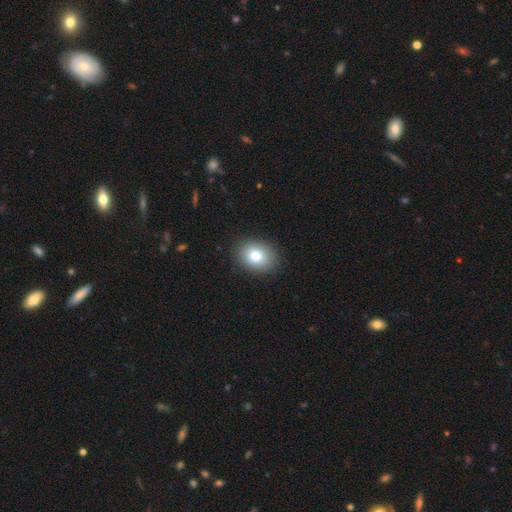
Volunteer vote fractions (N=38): Overall: smooth (79%). How rounded: in between (60%; round 40%). Merging: none (92%).